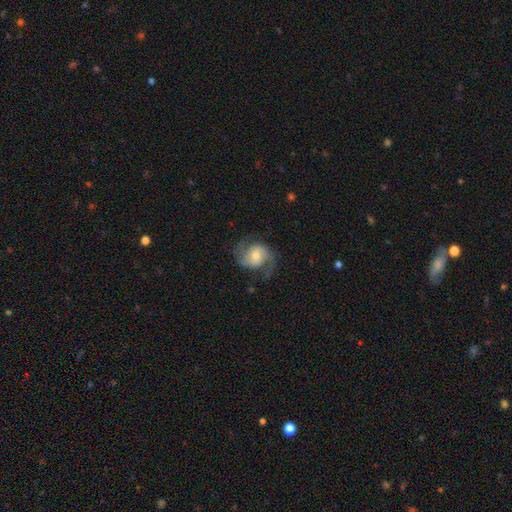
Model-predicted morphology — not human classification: smooth_or_featured: featured or disk (p=0.80) [alt: smooth p=0.14]
disk_edge_on: no (p=0.98) [alt: yes p=0.02]
bar: no (p=0.47) [alt: weak p=0.41]
has_spiral_arms: yes (p=0.96) [alt: no p=0.04]
spiral_winding: medium (p=0.49) [alt: loose p=0.38]
spiral_arm_count: 2 (p=0.89) [alt: 1 p=0.03]
bulge_size: moderate (p=0.54) [alt: small p=0.31]
merging: none (p=0.68) [alt: minor disturbance p=0.17]